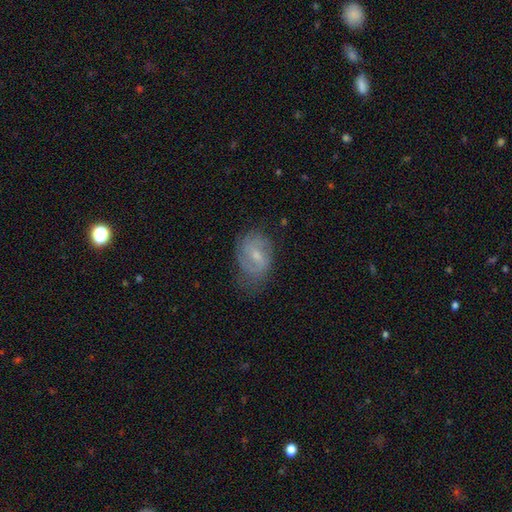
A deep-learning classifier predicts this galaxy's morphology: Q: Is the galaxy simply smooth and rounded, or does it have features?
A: featured or disk — 64%.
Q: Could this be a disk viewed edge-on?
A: no — 97%.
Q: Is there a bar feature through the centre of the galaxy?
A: weak — 52%.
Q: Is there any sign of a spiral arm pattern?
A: yes — 85%.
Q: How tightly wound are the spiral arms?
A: medium — 44%.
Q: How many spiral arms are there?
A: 2 — 55%.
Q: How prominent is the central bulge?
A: small — 54%.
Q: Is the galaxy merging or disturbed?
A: none — 57%.